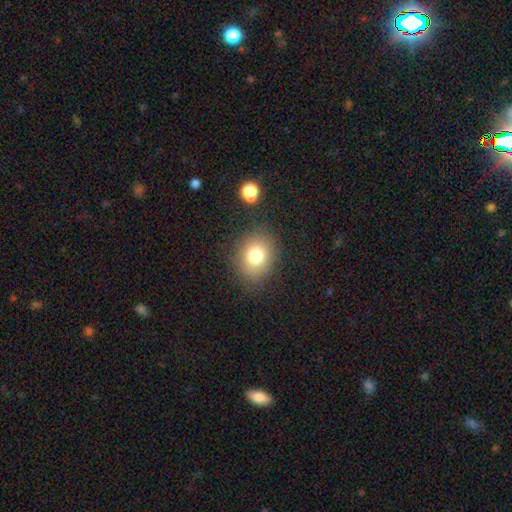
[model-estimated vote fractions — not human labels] A smooth galaxy with no disk features (77%) that is round (59%).

Vote fractions:
- Smooth or featured? smooth: 77% / star or artifact: 12% / featured or disk: 11%
- How rounded? round: 59% / in between: 40% / cigar-shaped: 1%
- Merging? none: 82% / minor disturbance: 11% / major disturbance: 4% / merger: 3%